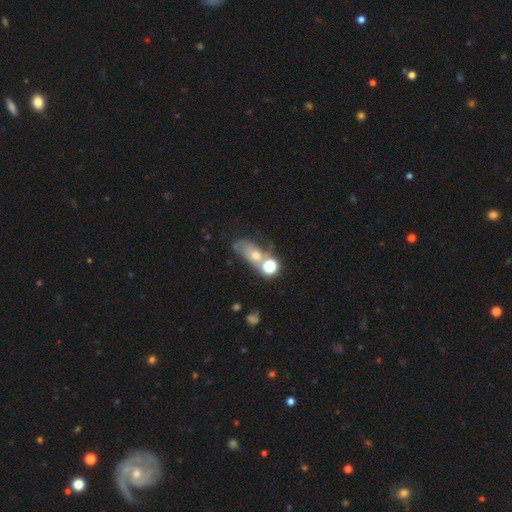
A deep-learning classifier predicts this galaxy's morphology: A smooth galaxy with no disk features (48%).

Vote fractions:
- Smooth or featured? smooth: 48% / featured or disk: 34% / star or artifact: 19%
- Merging? merger: 35% / none: 29% / major disturbance: 19% / minor disturbance: 17%